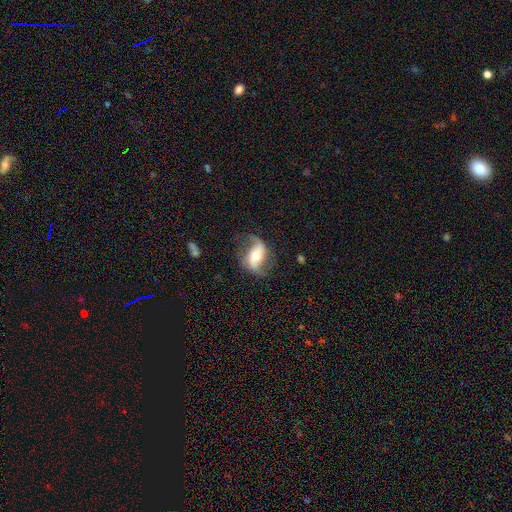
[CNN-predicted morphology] Q: Smooth or featured?
A: featured or disk (81%); runner-up: smooth (12%)
Q: Edge-on disk?
A: no (95%); runner-up: yes (5%)
Q: Bar?
A: weak (35%); runner-up: strong (34%)
Q: Spiral arms?
A: yes (94%); runner-up: no (6%)
Q: Spiral winding?
A: loose (68%); runner-up: medium (25%)
Q: Spiral arm count?
A: 2 (90%); runner-up: 1 (4%)
Q: Bulge size?
A: moderate (62%); runner-up: small (18%)
Q: Merging?
A: none (70%); runner-up: minor disturbance (17%)